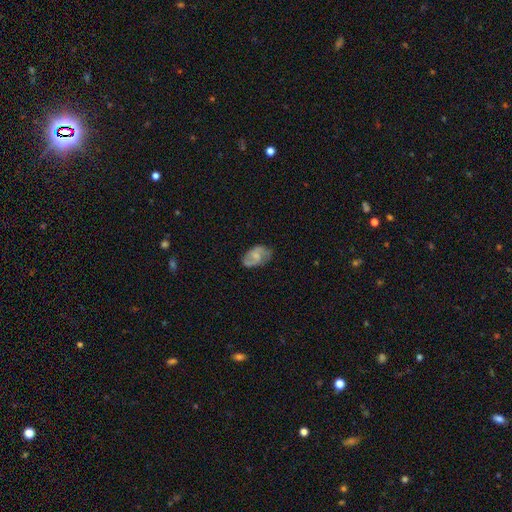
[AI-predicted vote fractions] smooth-or-featured: featured or disk: 59% | smooth: 34% | star or artifact: 7%
  disk-edge-on: no: 96% | yes: 4%
    bar: no: 47% | weak: 44% | strong: 9%
    has-spiral-arms: yes: 86% | no: 14%
    bulge-size: small: 36% | none: 30% | moderate: 28% | large: 4% | dominant: 1%
  merging: none: 70% | minor disturbance: 21% | major disturbance: 7% | merger: 2%